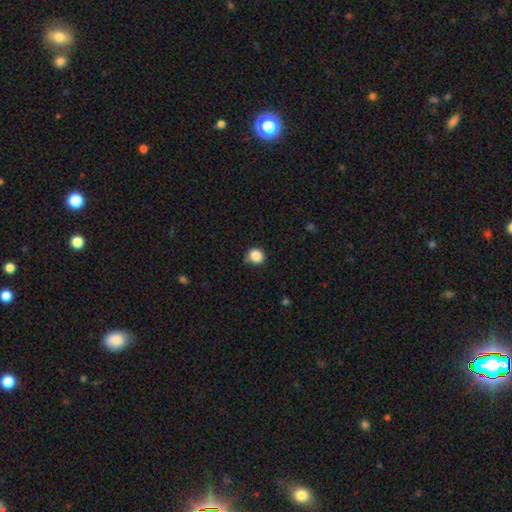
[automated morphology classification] A smooth galaxy with no disk features (87%) that is round (78%). Merging: none (78%).